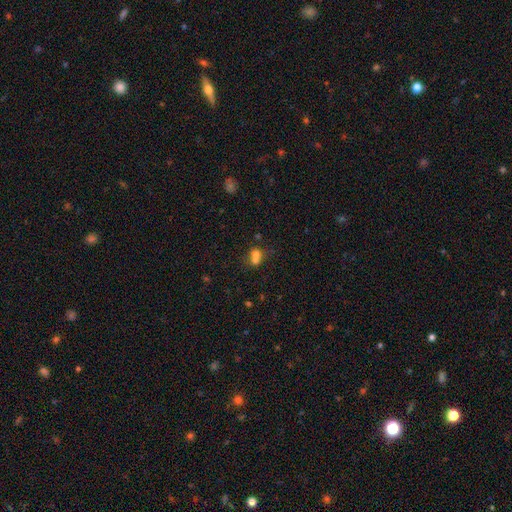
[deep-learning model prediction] smooth 68%, featured or disk 16%, star or artifact 15%. Down the decision tree: how rounded — round (61%); merging — merger (61%).